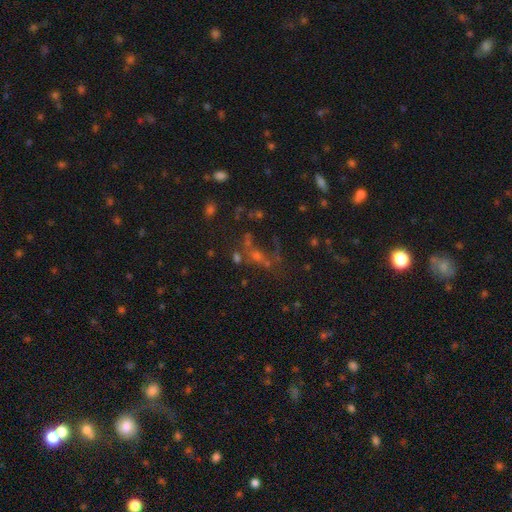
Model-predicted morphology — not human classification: Overall: star or artifact (43%; featured or disk 30%).